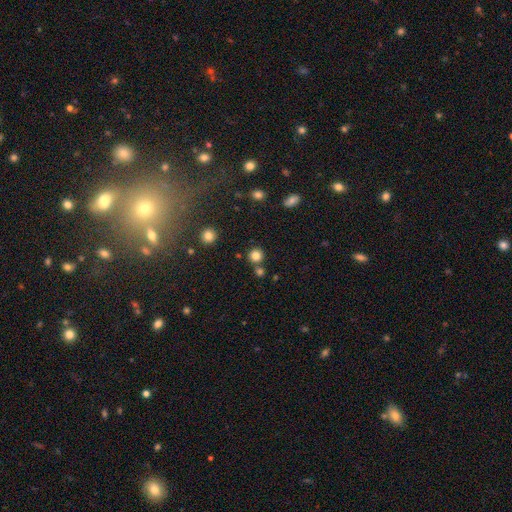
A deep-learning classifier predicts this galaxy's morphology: Smooth or featured? smooth (82%)
How rounded? round (92%)
Merging? none (78%)